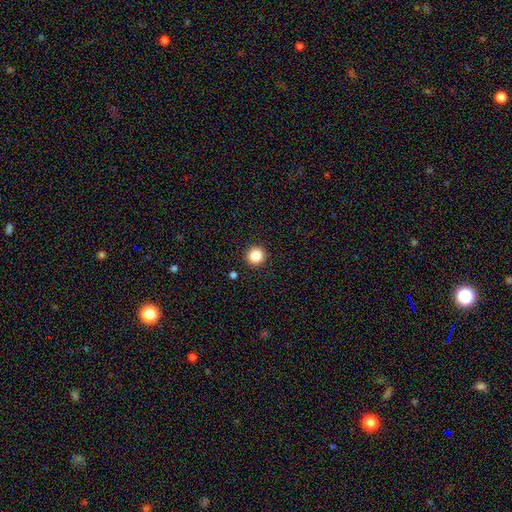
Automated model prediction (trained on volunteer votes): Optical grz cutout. It shows a smooth galaxy with no disk features (86%) that is round (96%). Merging: none (93%).